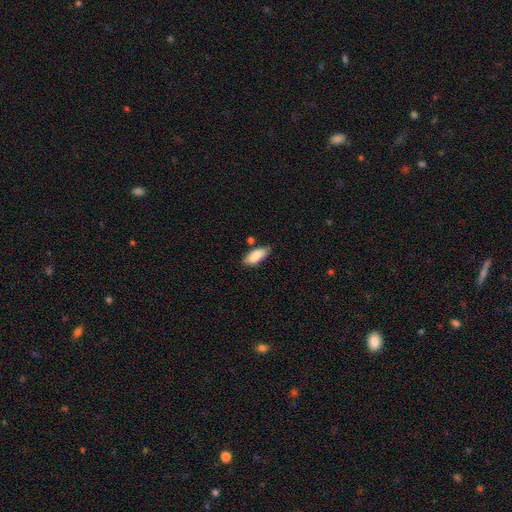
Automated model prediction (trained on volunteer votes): smooth_or_featured: smooth (p=0.87) [alt: featured or disk p=0.07]
how_rounded: in between (p=0.81) [alt: cigar-shaped p=0.17]
merging: none (p=0.73) [alt: minor disturbance p=0.19]